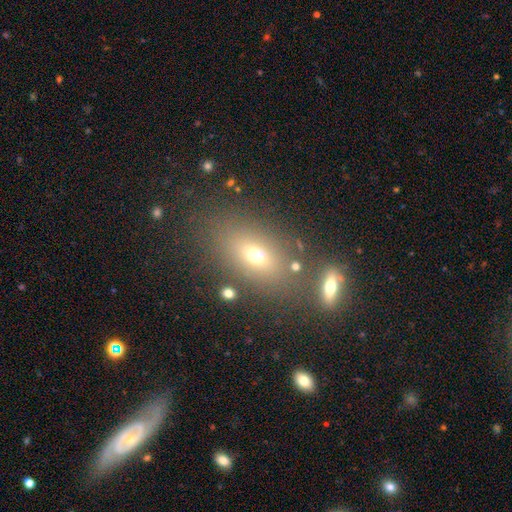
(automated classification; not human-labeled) Q: Smooth or featured?
A: smooth (61%); runner-up: featured or disk (20%)
Q: How rounded?
A: in between (77%); runner-up: round (17%)
Q: Merging?
A: none (72%); runner-up: merger (12%)